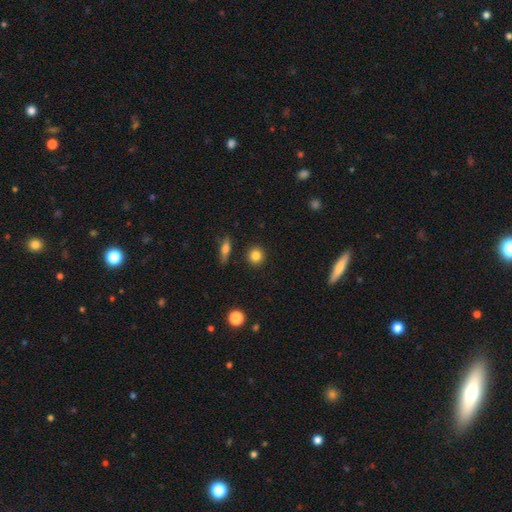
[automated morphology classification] Smooth or featured? Predicted: smooth (p=0.83). How rounded? Predicted: round (p=0.90). Merging? Predicted: none (p=0.91).